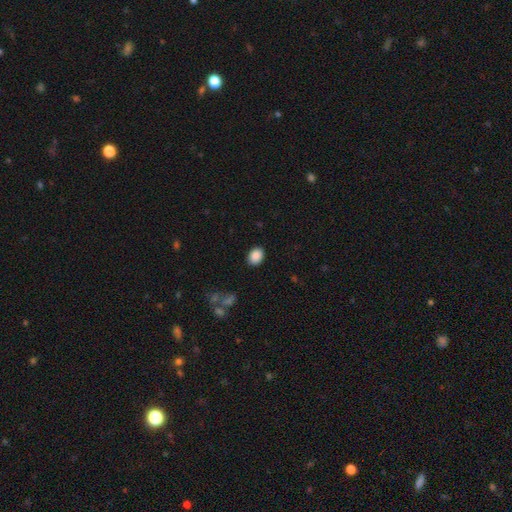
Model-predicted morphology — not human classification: This is clearly a smooth galaxy (88%). How rounded: likely in between (63%). Merging: clearly none (88%).